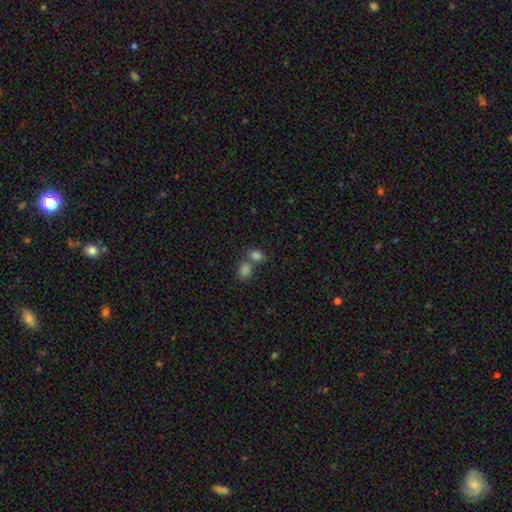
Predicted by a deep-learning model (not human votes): This appears to be a smooth galaxy with no disk features (82%) that is in between round and cigar-shaped (72%). Merging: merger (49%).